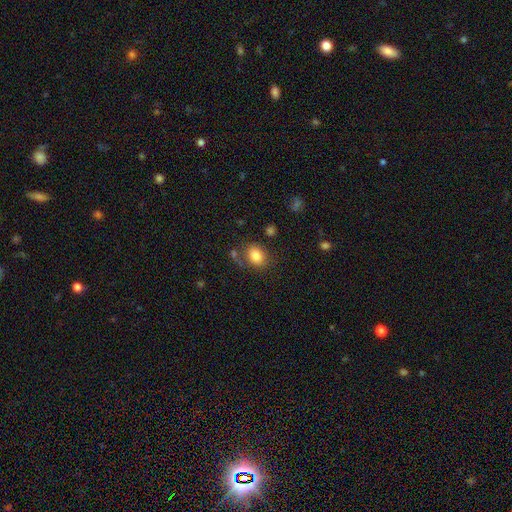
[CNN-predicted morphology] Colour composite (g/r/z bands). It shows a smooth galaxy with no disk features (82%) that is in between round and cigar-shaped (59%). Merging: none (70%).